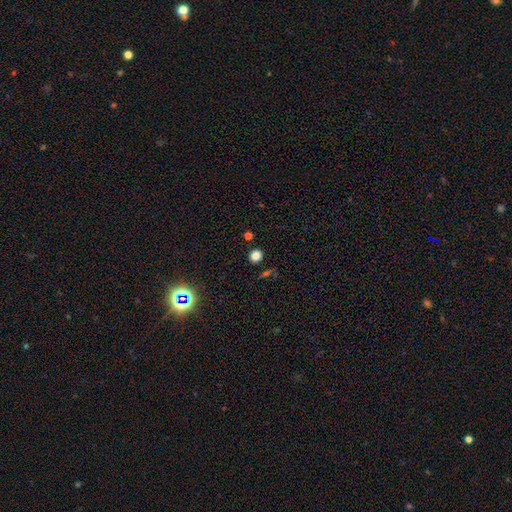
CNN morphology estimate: This appears to be a smooth galaxy with no disk features (79%) that is round (79%). Merging: none (87%).